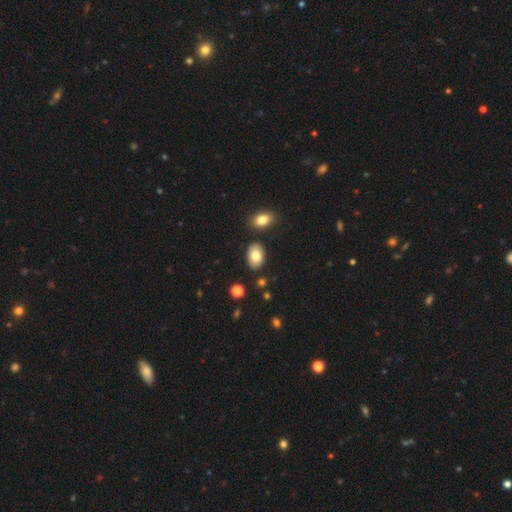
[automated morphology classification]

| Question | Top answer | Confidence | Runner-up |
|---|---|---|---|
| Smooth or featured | smooth | 82% | featured or disk (11%) |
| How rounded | in between | 90% | round (9%) |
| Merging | none | 83% | minor disturbance (10%) |